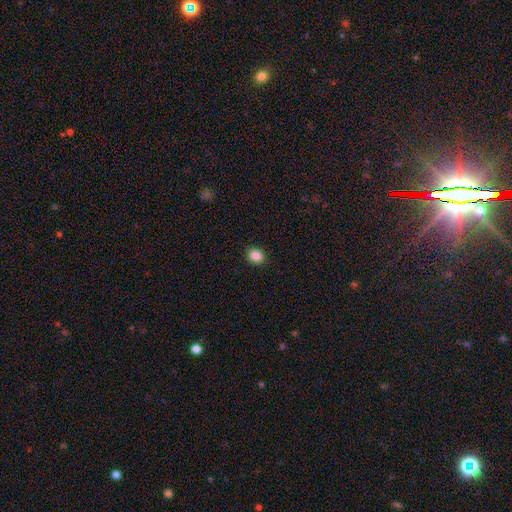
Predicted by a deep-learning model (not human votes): Q: Smooth or featured?
A: smooth (86%); runner-up: star or artifact (10%)
Q: How rounded?
A: round (67%); runner-up: in between (32%)
Q: Merging?
A: none (91%); runner-up: minor disturbance (6%)